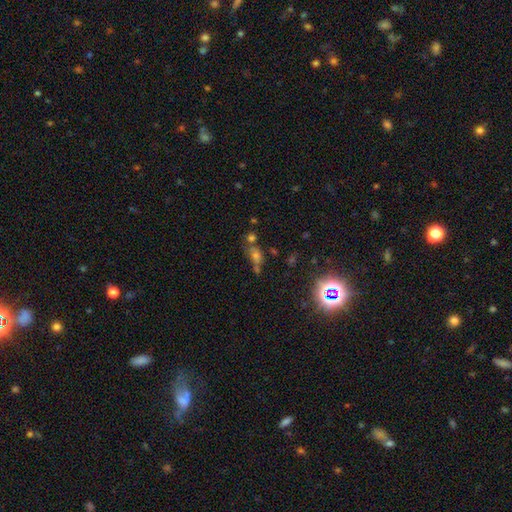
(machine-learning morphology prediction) smooth_or_featured: star or artifact (p=0.46) [alt: smooth p=0.34]